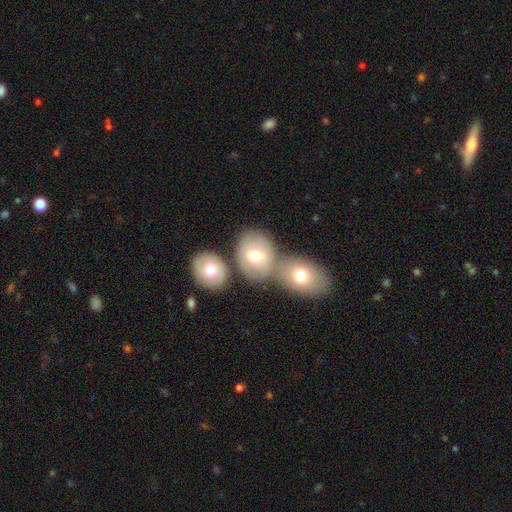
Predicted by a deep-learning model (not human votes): Smooth or featured: smooth — 69% (featured or disk — 22%)
How rounded: round — 59% (in between — 40%)
Merging: none — 49% (merger — 35%)